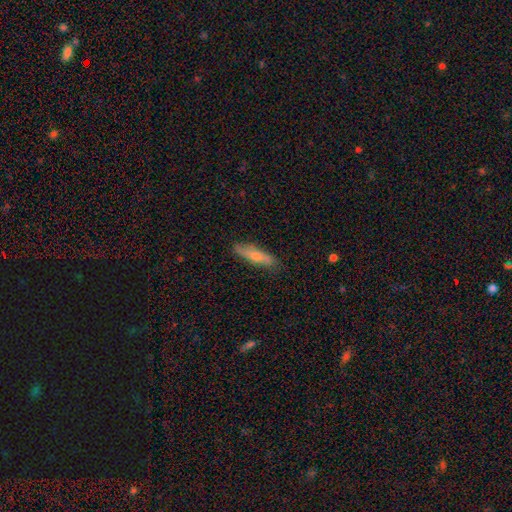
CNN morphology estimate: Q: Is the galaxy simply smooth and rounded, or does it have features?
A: smooth — 64%.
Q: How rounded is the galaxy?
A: cigar-shaped — 79%.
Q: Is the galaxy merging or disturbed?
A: none — 85%.